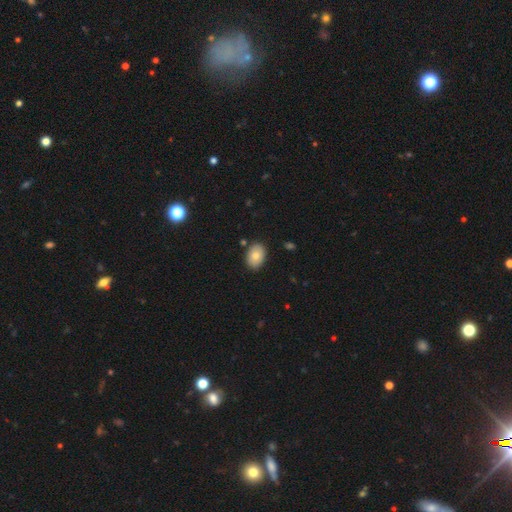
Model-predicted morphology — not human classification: Smooth or featured?
  - smooth: 79% *
  - featured or disk: 13%
  - star or artifact: 7%
How rounded?
  - in between: 82% *
  - round: 17%
  - cigar-shaped: 1%
Merging?
  - none: 86% *
  - minor disturbance: 9%
  - merger: 2%
  - major disturbance: 2%